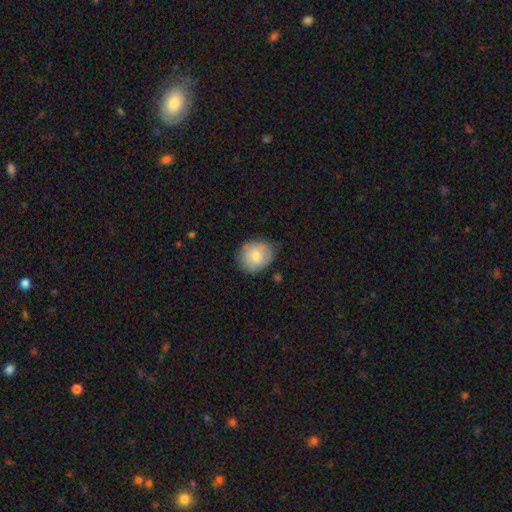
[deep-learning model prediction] Smooth or featured? smooth (72%)
How rounded? round (68%)
Merging? none (75%)